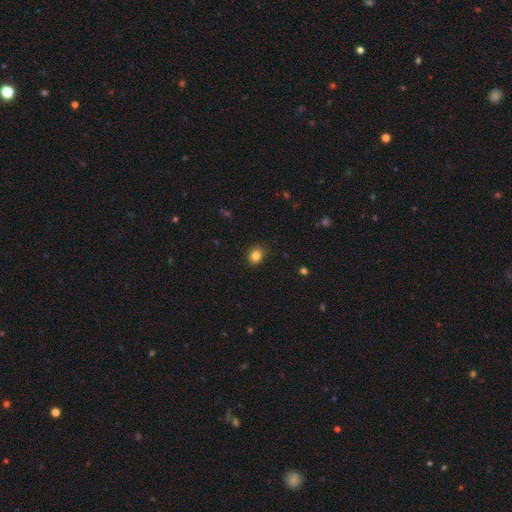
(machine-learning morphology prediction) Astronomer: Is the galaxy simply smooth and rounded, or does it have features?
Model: smooth — 84%.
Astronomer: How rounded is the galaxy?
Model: round — 66%.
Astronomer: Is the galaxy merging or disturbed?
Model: none — 86%.